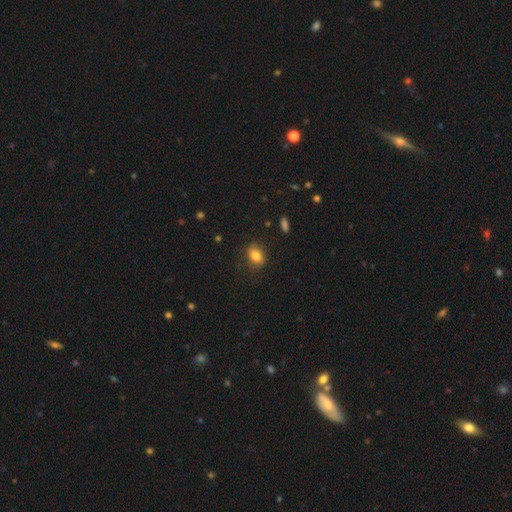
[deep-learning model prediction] Smooth or featured: smooth — 80% (featured or disk — 11%)
How rounded: in between — 75% (round — 22%)
Merging: none — 75% (minor disturbance — 19%)